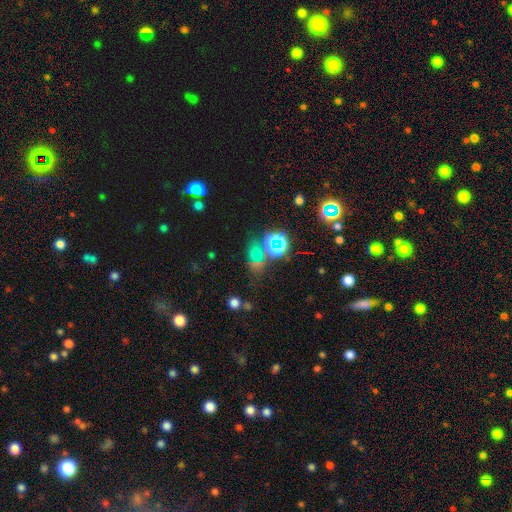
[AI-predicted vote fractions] This is likely a star or artifact rather than a galaxy (61%).